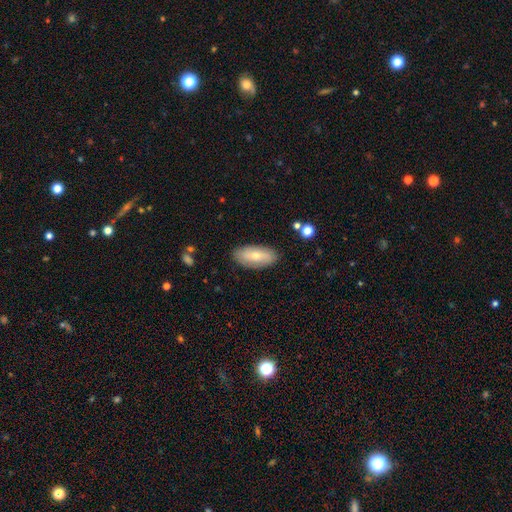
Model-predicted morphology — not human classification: smooth 64%, featured or disk 30%, star or artifact 6%. Down the decision tree: how rounded — in between (88%); merging — none (85%).